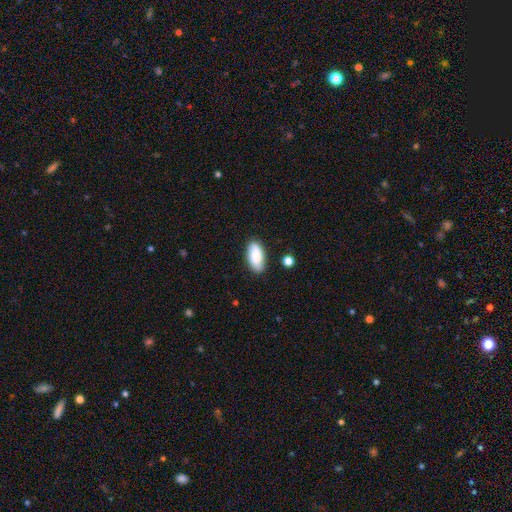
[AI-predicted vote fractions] Morphology: type=smooth (84%); roundness=in between (90%); merging=none (84%).